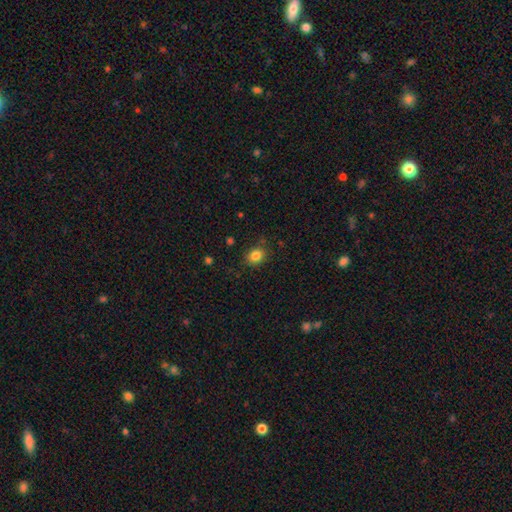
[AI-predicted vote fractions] Overall: smooth (84%). How rounded: round (63%; in between 36%). Merging: none (83%).